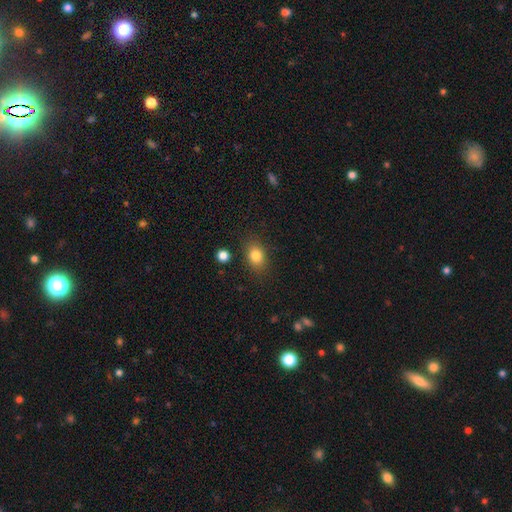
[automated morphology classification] Smooth or featured? Predicted: smooth (p=0.83). How rounded? Predicted: in between (p=0.65). Merging? Predicted: none (p=0.83).